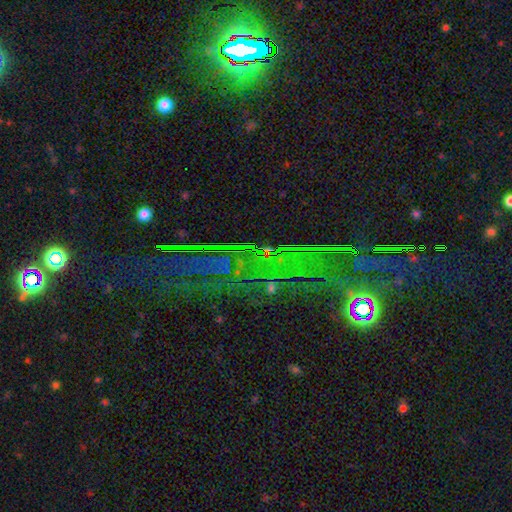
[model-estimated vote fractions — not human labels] The model was most divided on "smooth or featured": star or artifact: 83%, smooth: 9%, featured or disk: 8%.